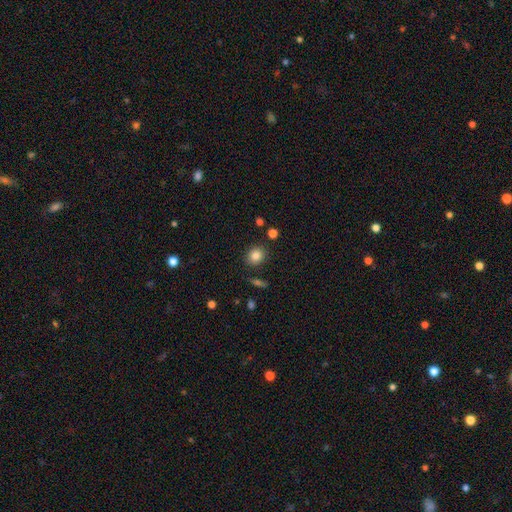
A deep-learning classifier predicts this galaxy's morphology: A smooth galaxy with no disk features (83%) that is round (69%). Merging: none (85%).